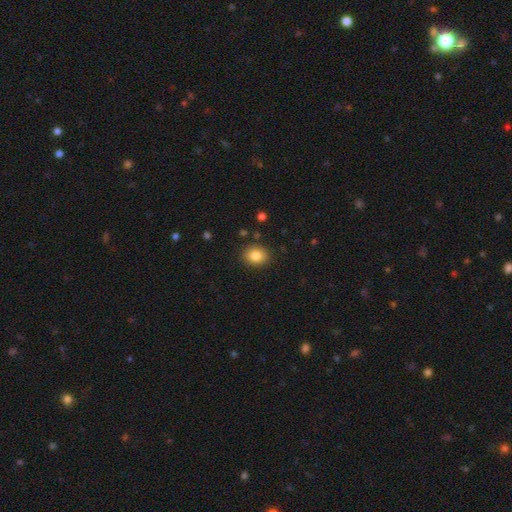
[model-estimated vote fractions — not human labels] smooth_or_featured: smooth (p=0.85) [alt: star or artifact p=0.10]
how_rounded: round (p=0.59) [alt: in between p=0.40]
merging: none (p=0.87) [alt: minor disturbance p=0.09]